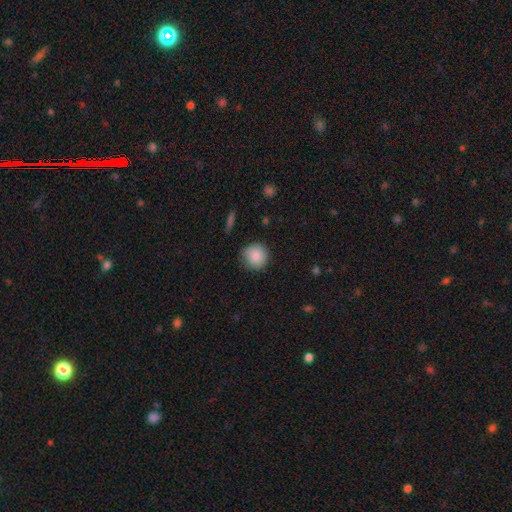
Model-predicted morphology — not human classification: This appears to be a smooth galaxy with no disk features (84%) that is round (93%). Merging: none (85%).